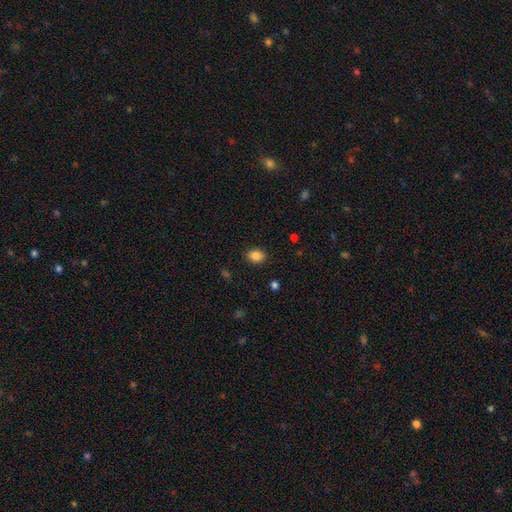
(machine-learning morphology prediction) Overall: smooth (86%). How rounded: in between (50%; round 49%). Merging: none (88%).